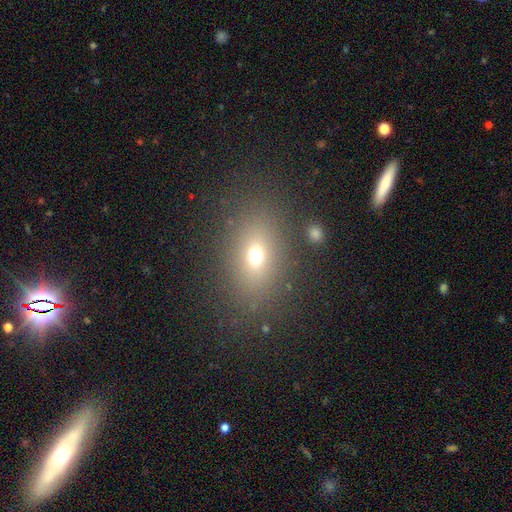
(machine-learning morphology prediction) smooth_or_featured: smooth (p=0.67) [alt: star or artifact p=0.19]
how_rounded: in between (p=0.70) [alt: round p=0.26]
merging: none (p=0.81) [alt: minor disturbance p=0.10]